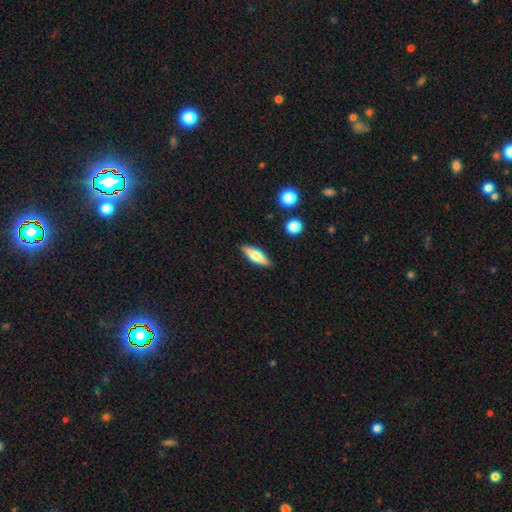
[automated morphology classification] smooth-or-featured: smooth: 51% | featured or disk: 42% | star or artifact: 6%
  how-rounded: cigar-shaped: 57% | in between: 40% | round: 3%
  merging: none: 88% | minor disturbance: 8% | major disturbance: 2% | merger: 2%